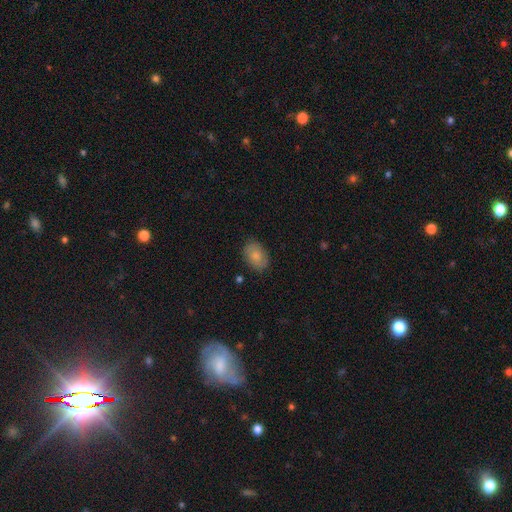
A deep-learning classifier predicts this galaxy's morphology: Overall: smooth (81%). How rounded: in between (84%). Merging: none (82%).